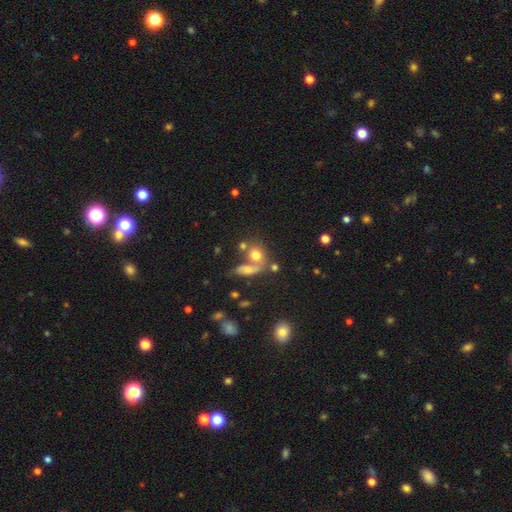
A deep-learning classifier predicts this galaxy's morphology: Overall: smooth (69%). How rounded: round (59%; in between 38%). Merging: none (42%; merger 39%).